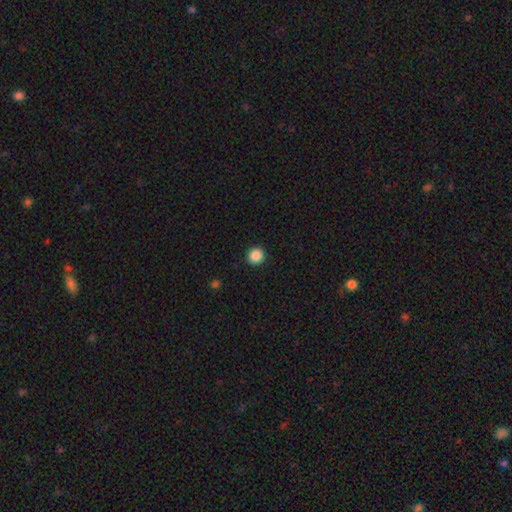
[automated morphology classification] Overall: smooth (88%). How rounded: round (94%). Merging: none (93%).